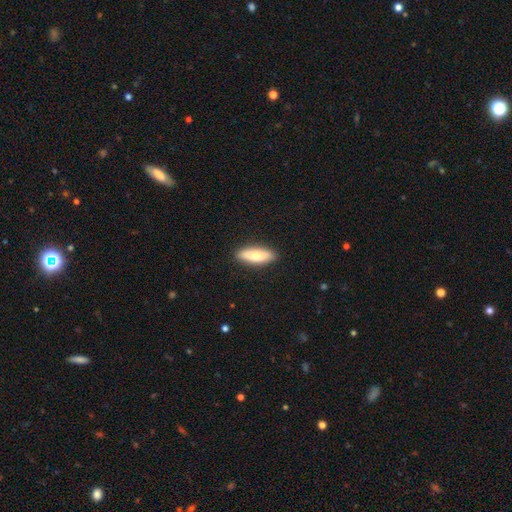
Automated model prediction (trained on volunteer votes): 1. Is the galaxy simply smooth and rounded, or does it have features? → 74% smooth, 21% featured or disk, 6% star or artifact.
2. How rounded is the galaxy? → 62% in between, 36% cigar-shaped, 2% round.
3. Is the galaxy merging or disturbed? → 89% none, 8% minor disturbance, 2% major disturbance, 1% merger.